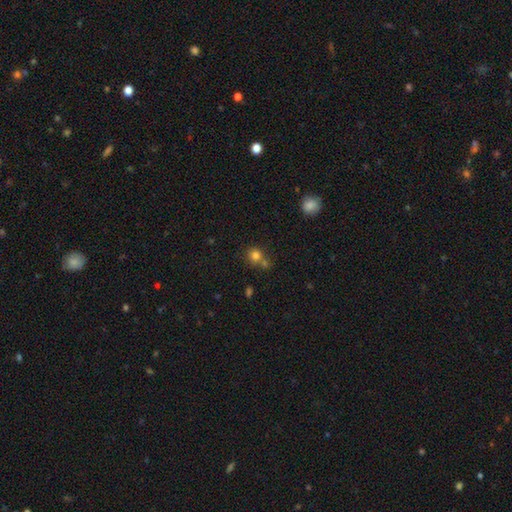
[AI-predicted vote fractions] Smooth or featured: smooth — 78% (star or artifact — 14%)
How rounded: round — 87% (in between — 12%)
Merging: none — 56% (merger — 30%)